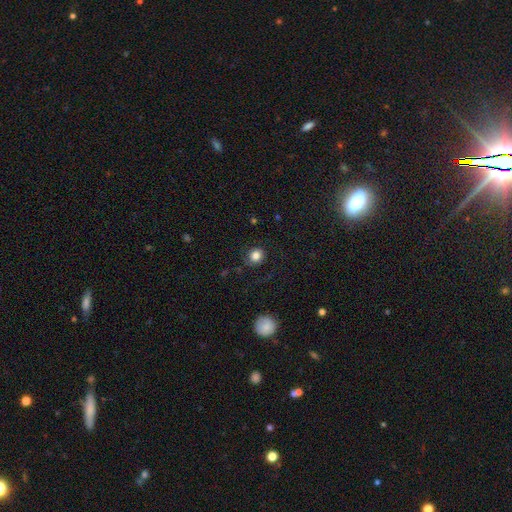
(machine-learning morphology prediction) Q: Smooth or featured?
A: smooth (83%); runner-up: star or artifact (10%)
Q: How rounded?
A: round (84%); runner-up: in between (15%)
Q: Merging?
A: none (82%); runner-up: minor disturbance (12%)